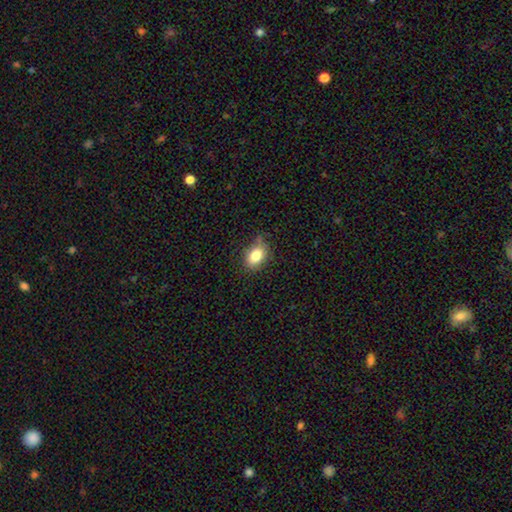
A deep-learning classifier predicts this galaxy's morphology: Q: Smooth or featured?
A: smooth (82%); runner-up: star or artifact (9%)
Q: How rounded?
A: in between (78%); runner-up: round (21%)
Q: Merging?
A: none (75%); runner-up: minor disturbance (19%)